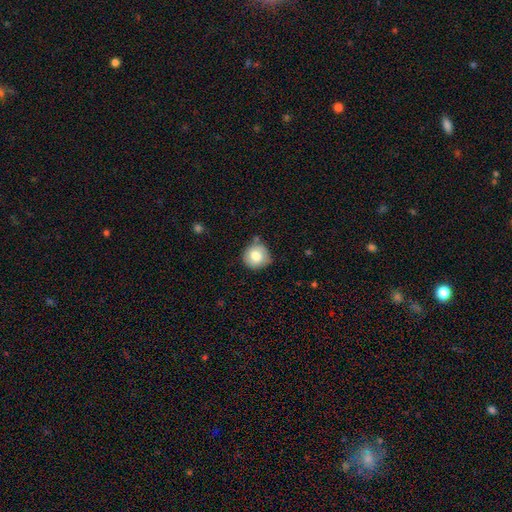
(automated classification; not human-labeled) Overall: smooth (78%). How rounded: round (91%). Merging: none (72%).